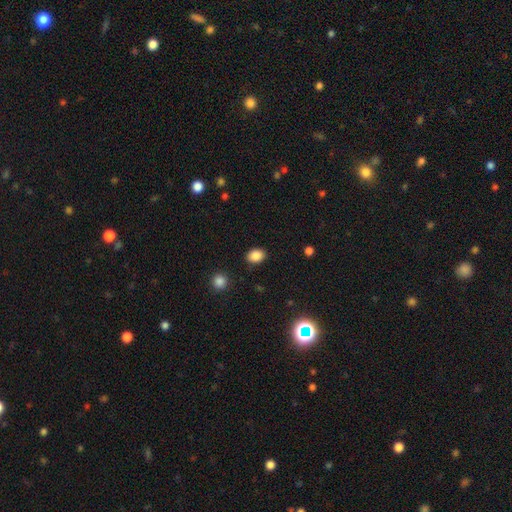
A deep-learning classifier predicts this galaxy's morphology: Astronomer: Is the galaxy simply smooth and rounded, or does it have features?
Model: smooth — 86%.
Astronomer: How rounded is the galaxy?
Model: in between — 67%.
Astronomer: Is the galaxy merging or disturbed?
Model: none — 87%.